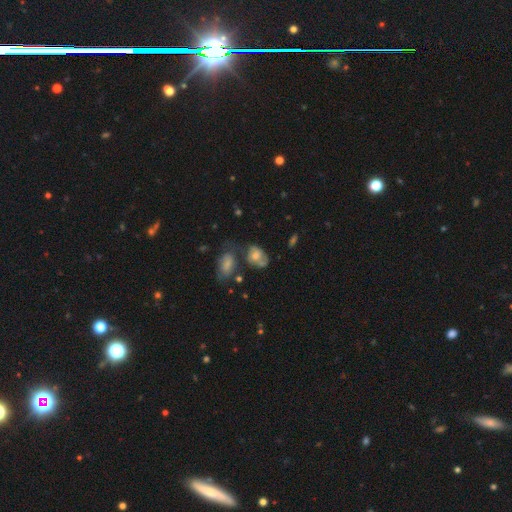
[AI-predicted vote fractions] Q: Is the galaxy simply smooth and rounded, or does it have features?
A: smooth — 51%.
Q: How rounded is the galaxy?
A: in between — 71%.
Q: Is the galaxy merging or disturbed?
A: none — 38%.